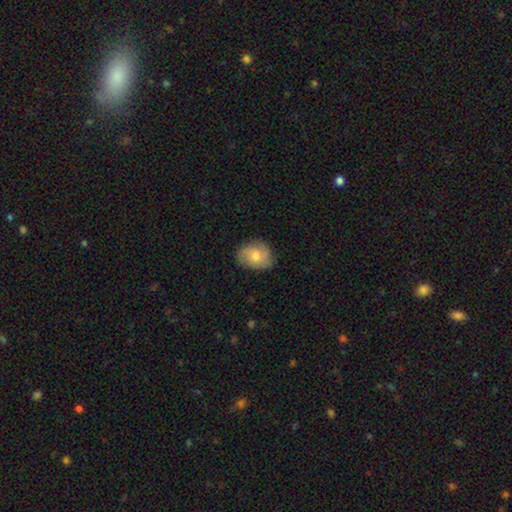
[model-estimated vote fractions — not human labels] A smooth galaxy with no disk features (66%) that is in between round and cigar-shaped (53%). Merging: none (76%).